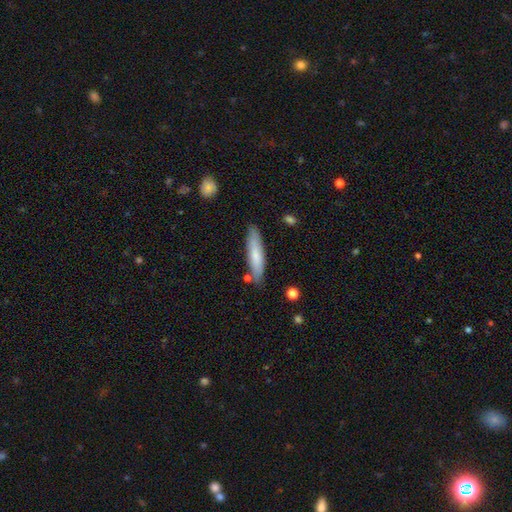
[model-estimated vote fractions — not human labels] The model was most divided on "smooth or featured": smooth: 72%, featured or disk: 23%, star or artifact: 6%. More confident: merging — none (82%); how rounded — cigar-shaped (79%).